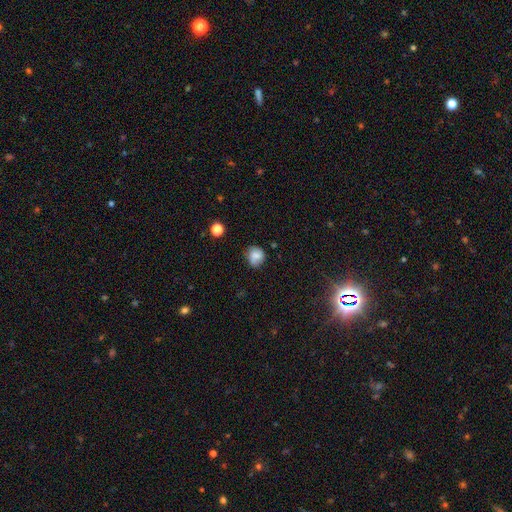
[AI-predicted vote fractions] smooth 74%, featured or disk 15%, star or artifact 10%. Down the decision tree: how rounded — round (75%); merging — none (64%).